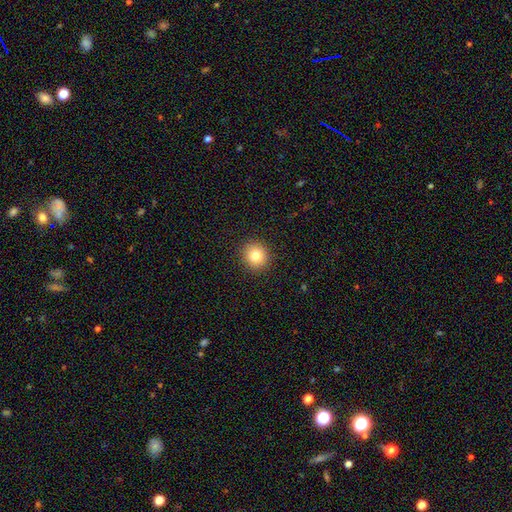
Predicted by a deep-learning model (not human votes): This appears to be a smooth galaxy with no disk features (80%) that is round (91%). Merging: none (92%).